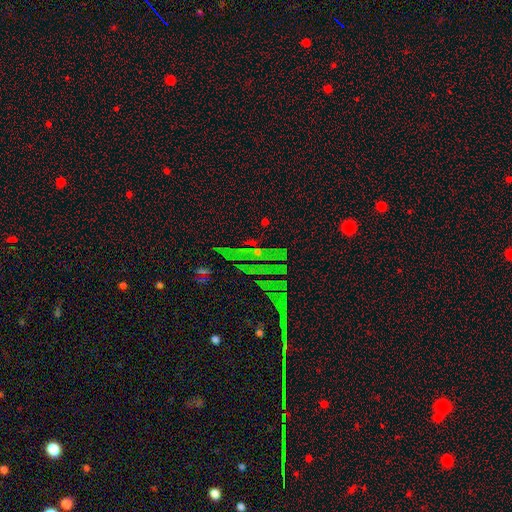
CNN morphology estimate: star or artifact 80%, featured or disk 10%, smooth 10%.